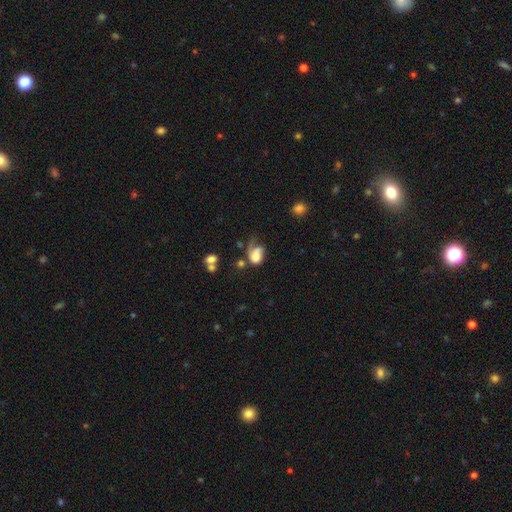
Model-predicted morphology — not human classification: A smooth galaxy with no disk features (53%) that is in between round and cigar-shaped (71%).

Vote fractions:
- Smooth or featured? smooth: 53% / featured or disk: 37% / star or artifact: 10%
- How rounded? in between: 71% / round: 27% / cigar-shaped: 2%
- Merging? major disturbance: 42% / none: 23% / minor disturbance: 23% / merger: 11%